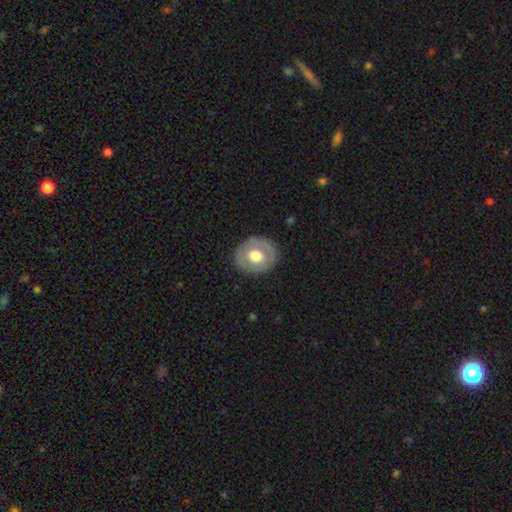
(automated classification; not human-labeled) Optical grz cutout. It shows a smooth galaxy with no disk features (54%) that is round (69%). Merging: none (84%).